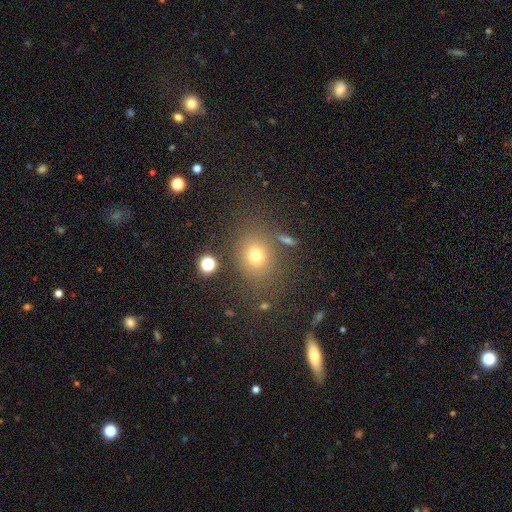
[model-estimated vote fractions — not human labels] Q: Smooth or featured?
A: smooth (71%); runner-up: star or artifact (18%)
Q: How rounded?
A: round (60%); runner-up: in between (39%)
Q: Merging?
A: none (78%); runner-up: minor disturbance (11%)